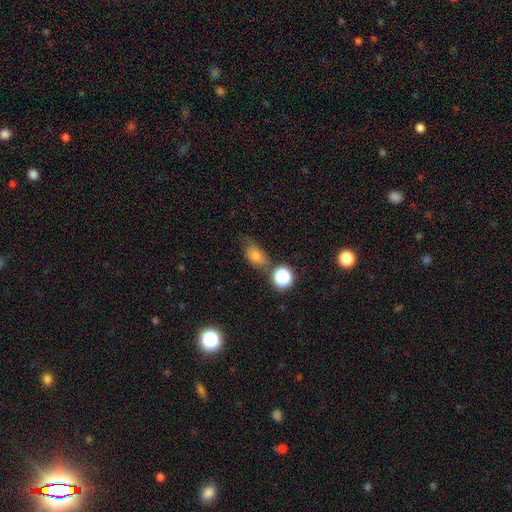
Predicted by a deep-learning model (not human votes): Smooth or featured? smooth (71%)
How rounded? in between (75%)
Merging? none (53%)